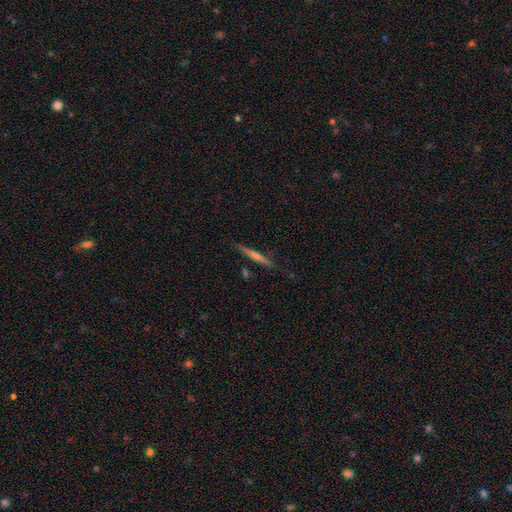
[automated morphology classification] Smooth or featured: featured or disk — 65% (smooth — 27%)
Edge-on disk: yes — 97% (no — 3%)
Edge-on bulge: rounded — 59% (none — 32%)
Merging: none — 89% (minor disturbance — 8%)